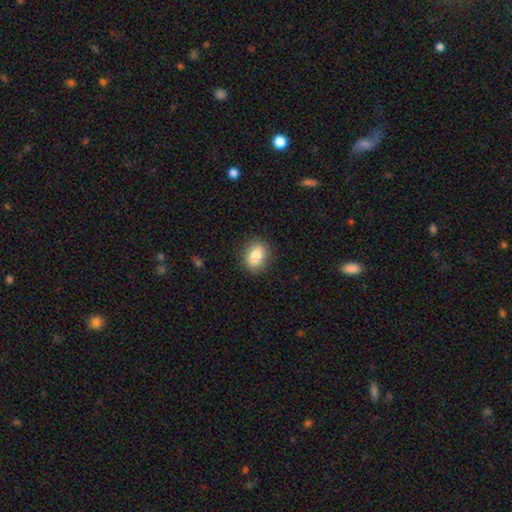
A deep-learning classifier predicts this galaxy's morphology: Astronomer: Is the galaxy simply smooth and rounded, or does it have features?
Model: smooth — 83%.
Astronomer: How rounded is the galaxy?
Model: in between — 69%.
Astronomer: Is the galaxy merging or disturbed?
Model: none — 87%.